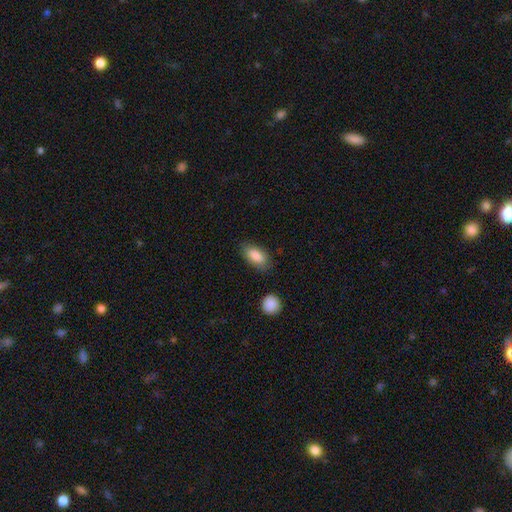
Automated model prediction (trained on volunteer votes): smooth 85%, featured or disk 8%, star or artifact 7%. Down the decision tree: how rounded — in between (90%); merging — none (79%).